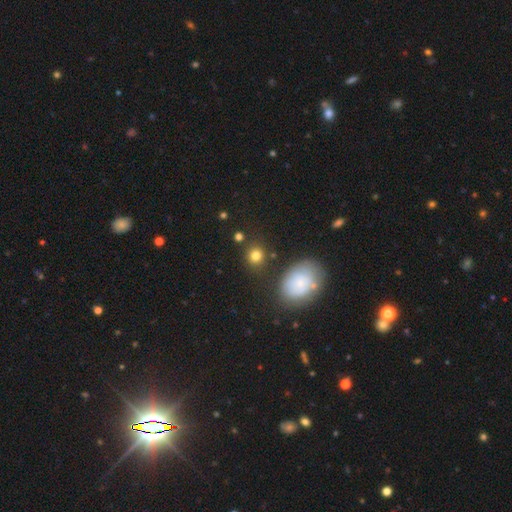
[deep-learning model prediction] The model was most divided on "smooth or featured": smooth: 79%, star or artifact: 13%, featured or disk: 8%. More confident: how rounded — round (83%); merging — none (82%).